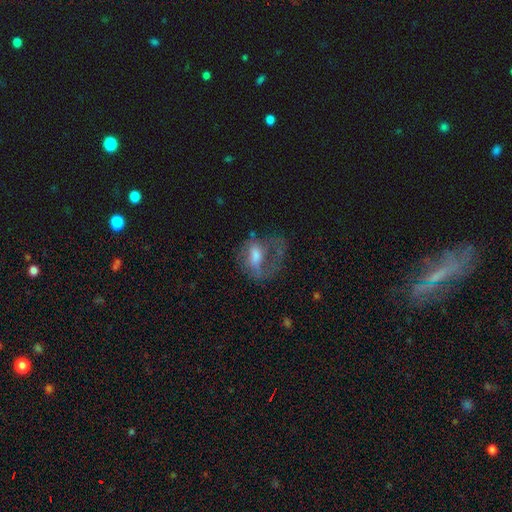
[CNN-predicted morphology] Smooth or featured? Predicted: featured or disk (p=0.53). Edge-on disk? Predicted: no (p=0.94). Merging? Predicted: major disturbance (p=0.47).